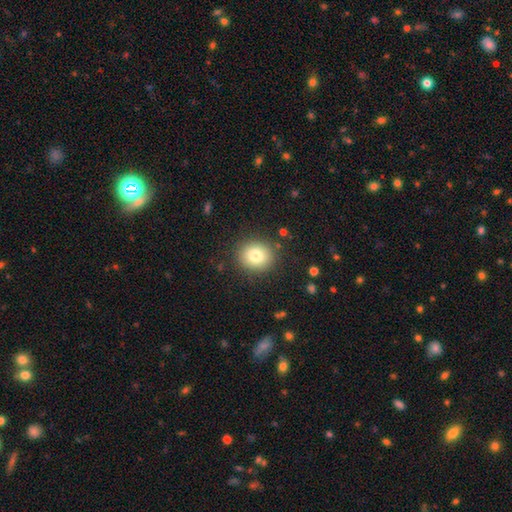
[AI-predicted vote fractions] A smooth galaxy with no disk features (78%) that is round (80%). Merging: none (87%).